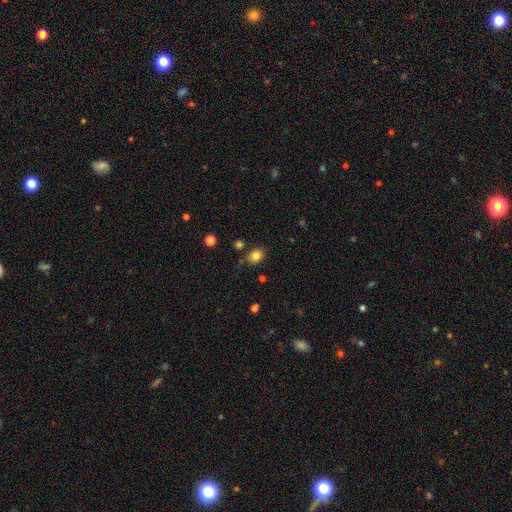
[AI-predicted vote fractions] Smooth or featured: smooth — 82% (star or artifact — 12%)
How rounded: round — 50% (in between — 49%)
Merging: none — 76% (minor disturbance — 14%)